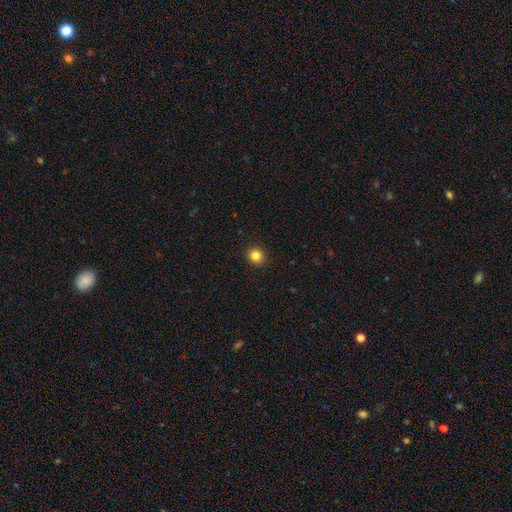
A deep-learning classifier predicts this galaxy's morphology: Overall: smooth (84%). How rounded: round (87%). Merging: none (92%).